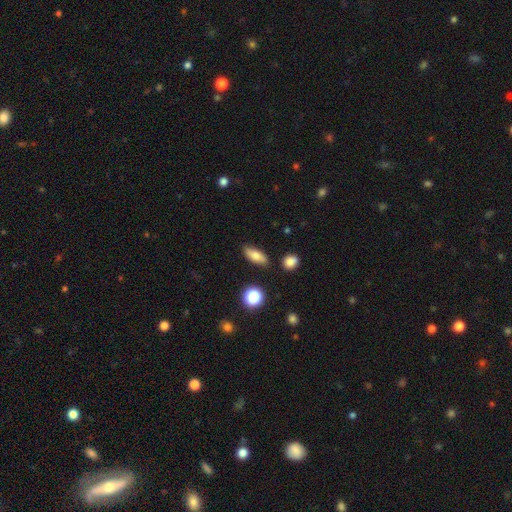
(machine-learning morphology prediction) A smooth galaxy with no disk features (75%) that is in between round and cigar-shaped (69%). Merging: none (84%).